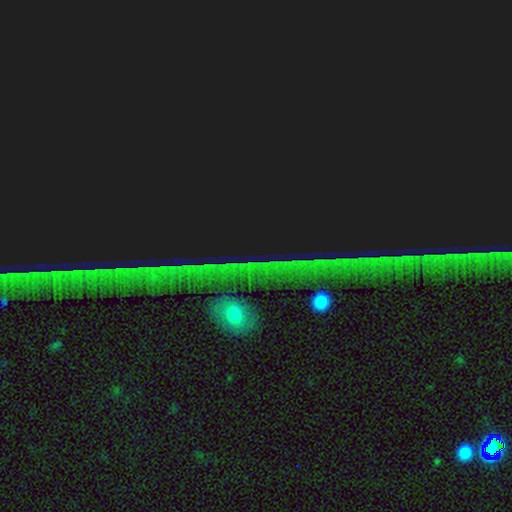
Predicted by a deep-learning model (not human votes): Q: Smooth or featured?
A: star or artifact (77%); runner-up: smooth (12%)